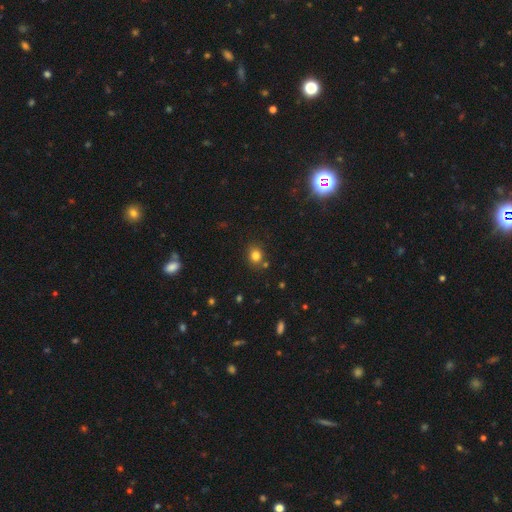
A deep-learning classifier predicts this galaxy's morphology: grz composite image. It shows a smooth galaxy with no disk features (79%) that is round (69%). Merging: none (78%).